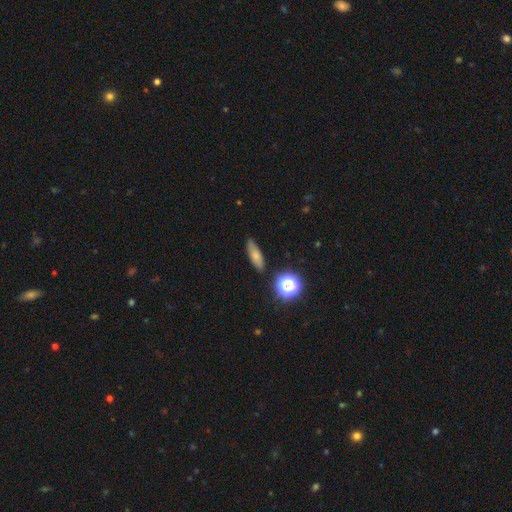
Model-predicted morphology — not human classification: smooth 74%, featured or disk 13%, star or artifact 13%. Down the decision tree: how rounded — in between (50%); merging — none (83%).